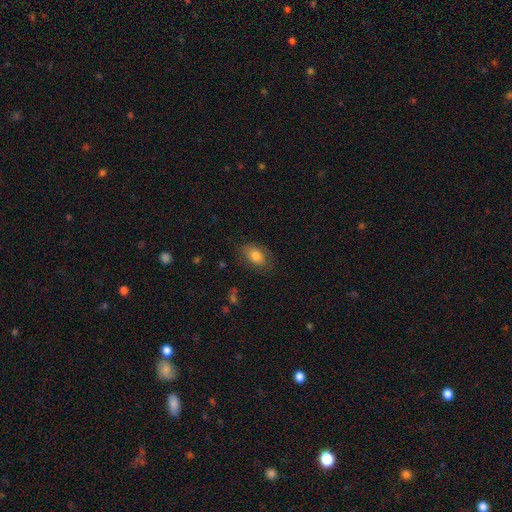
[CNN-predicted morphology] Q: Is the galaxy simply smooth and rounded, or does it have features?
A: smooth — 78%.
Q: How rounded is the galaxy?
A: in between — 90%.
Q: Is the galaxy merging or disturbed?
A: none — 76%.